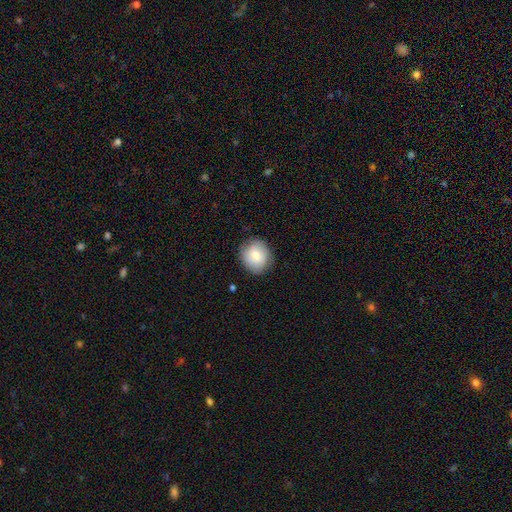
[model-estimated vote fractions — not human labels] Smooth or featured: smooth — 76% (featured or disk — 16%)
How rounded: round — 79% (in between — 20%)
Merging: none — 82% (minor disturbance — 14%)